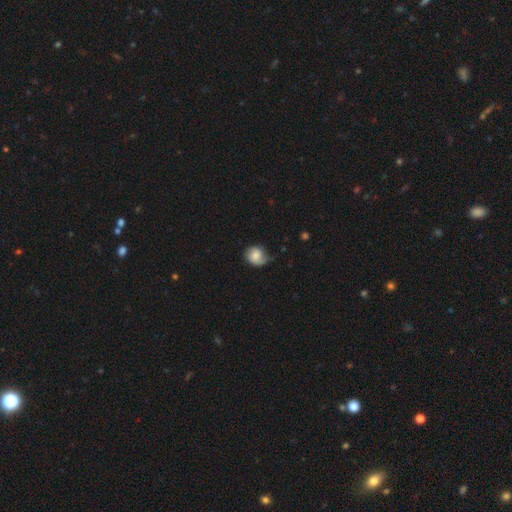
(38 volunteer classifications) A smooth galaxy with no disk features (58%) that is round (50%, tied with in between). Merging: none (47%, tied with minor disturbance).